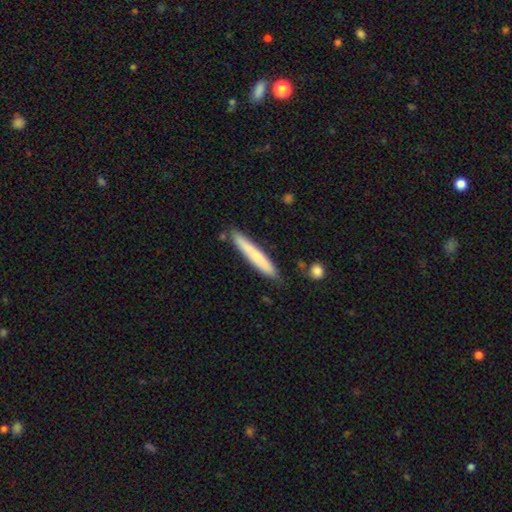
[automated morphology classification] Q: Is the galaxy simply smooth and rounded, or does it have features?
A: smooth — 70%.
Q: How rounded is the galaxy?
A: cigar-shaped — 95%.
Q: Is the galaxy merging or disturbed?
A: none — 83%.